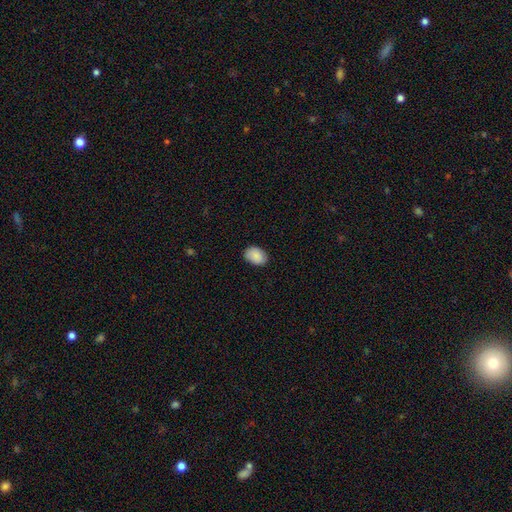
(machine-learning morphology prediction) smooth-or-featured: smooth: 89% | star or artifact: 7% | featured or disk: 5%
  how-rounded: in between: 76% | round: 23% | cigar-shaped: 1%
  merging: none: 85% | minor disturbance: 12% | major disturbance: 2% | merger: 1%